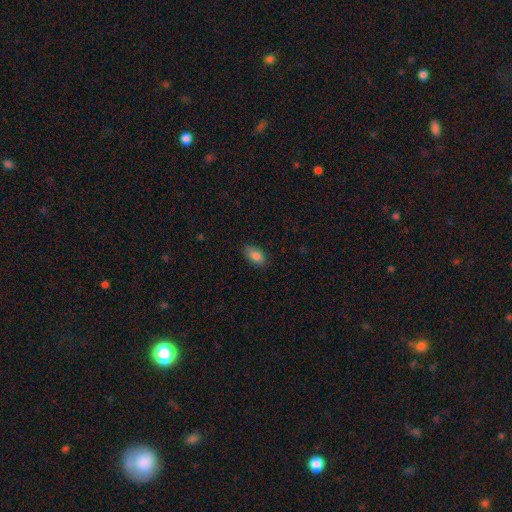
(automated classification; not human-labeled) A smooth galaxy with no disk features (85%) that is in between round and cigar-shaped (91%).

Vote fractions:
- Smooth or featured? smooth: 85% / star or artifact: 8% / featured or disk: 7%
- How rounded? in between: 91% / round: 5% / cigar-shaped: 4%
- Merging? none: 81% / minor disturbance: 15% / major disturbance: 3% / merger: 1%